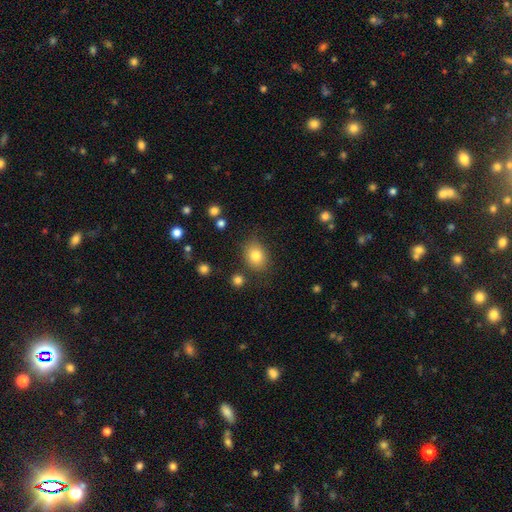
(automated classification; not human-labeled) This is clearly a smooth galaxy (81%). How rounded: possibly in between (54%). Merging: likely none (77%).